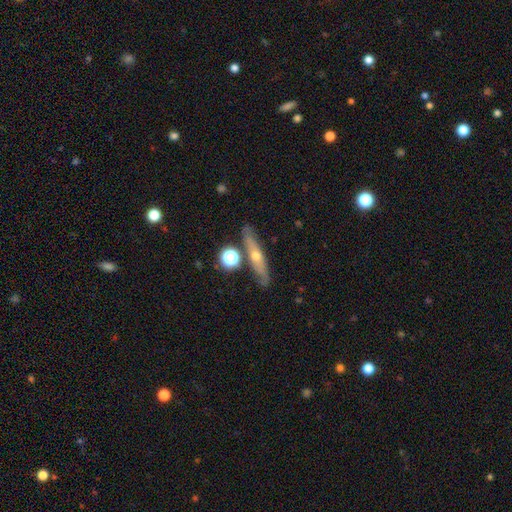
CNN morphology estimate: This is likely a featured or disk galaxy (60%). It is clearly viewed edge-on (81%). Merging: likely none (79%).